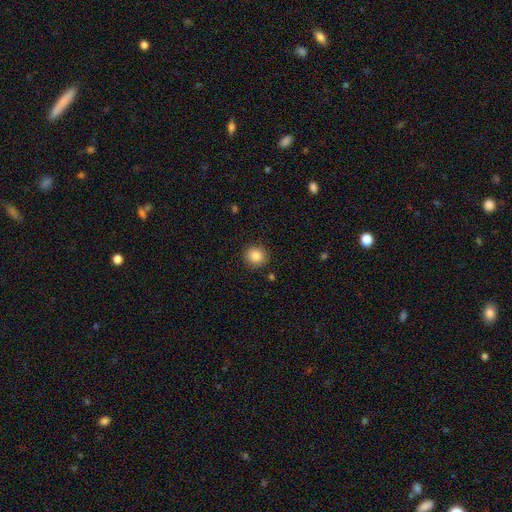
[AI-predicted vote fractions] Smooth or featured: smooth — 86% (star or artifact — 9%)
How rounded: round — 91% (in between — 8%)
Merging: none — 90% (minor disturbance — 7%)